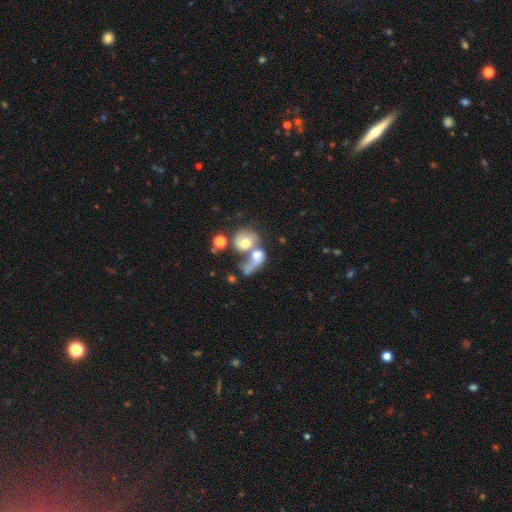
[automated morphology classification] smooth-or-featured: smooth: 46% | featured or disk: 45% | star or artifact: 10%
  merging: merger: 71% | major disturbance: 13% | none: 10% | minor disturbance: 6%